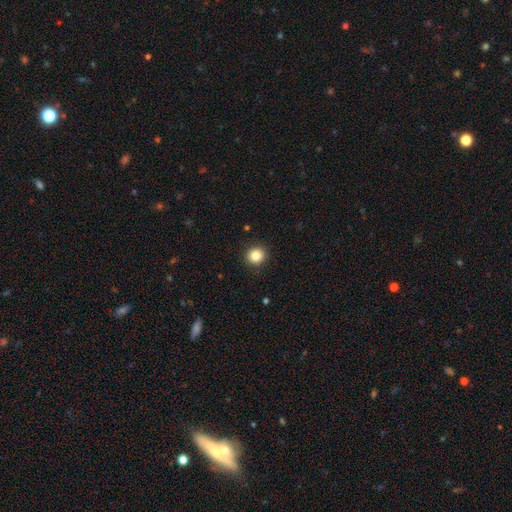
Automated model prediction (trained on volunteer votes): The model was most divided on "smooth or featured": smooth: 84%, star or artifact: 10%, featured or disk: 5%. More confident: how rounded — round (92%); merging — none (92%).